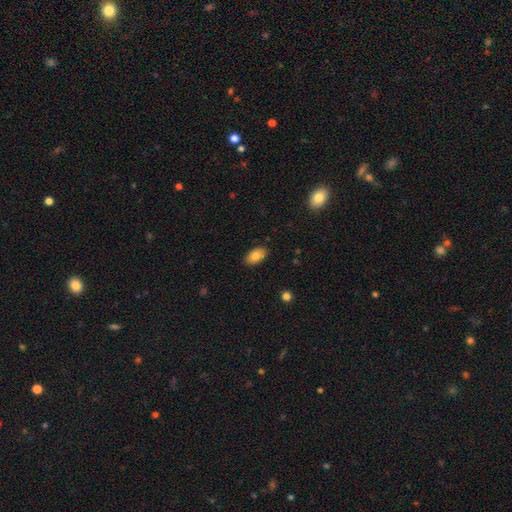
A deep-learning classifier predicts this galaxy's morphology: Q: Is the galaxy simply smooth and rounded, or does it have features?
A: smooth — 83%.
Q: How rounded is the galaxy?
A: in between — 93%.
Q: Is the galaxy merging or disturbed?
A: none — 87%.